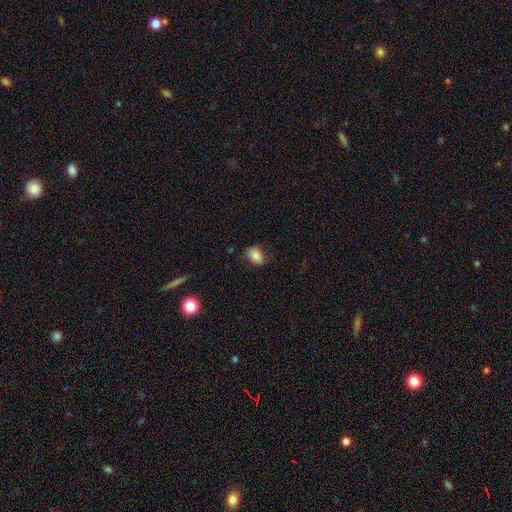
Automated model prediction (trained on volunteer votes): smooth 84%, star or artifact 9%, featured or disk 7%. Down the decision tree: how rounded — in between (74%); merging — none (72%).